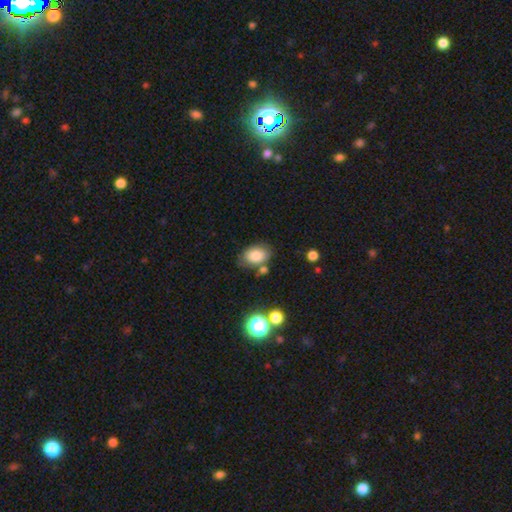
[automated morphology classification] Q: Smooth or featured?
A: smooth (80%); runner-up: featured or disk (10%)
Q: How rounded?
A: in between (82%); runner-up: round (17%)
Q: Merging?
A: none (70%); runner-up: minor disturbance (17%)